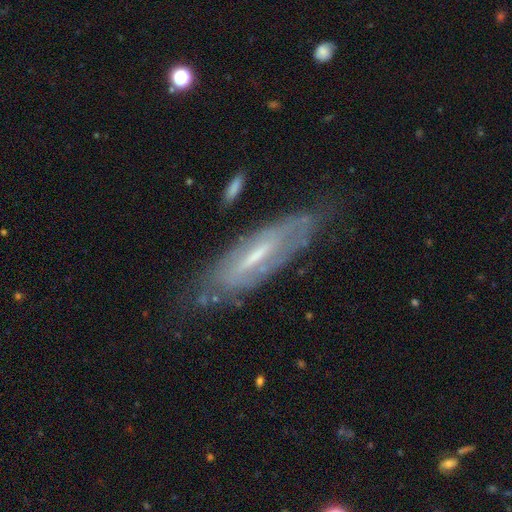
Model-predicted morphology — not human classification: A featured or disk galaxy (73%).

Vote fractions:
- Smooth or featured? featured or disk: 73% / smooth: 20% / star or artifact: 7%
- Edge-on disk? no: 67% / yes: 33%
- Merging? none: 69% / minor disturbance: 21% / major disturbance: 8% / merger: 2%